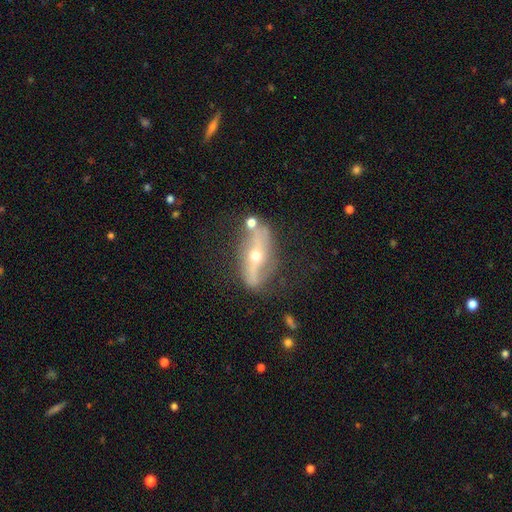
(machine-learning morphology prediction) The model was most divided on "edge-on disk": no: 62%, yes: 38%. More confident: smooth or featured — featured or disk (80%); merging — none (70%).